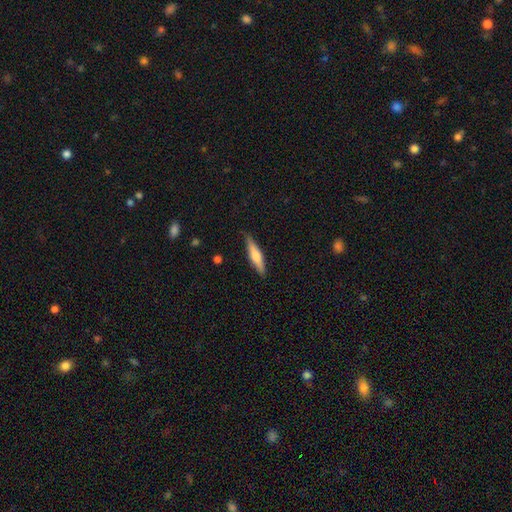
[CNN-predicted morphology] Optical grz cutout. It shows a smooth galaxy with no disk features (55%) that is cigar-shaped (82%). Merging: none (85%).